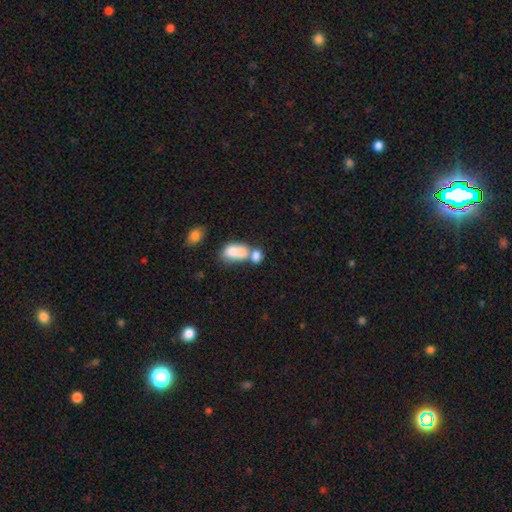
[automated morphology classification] Smooth or featured?
  - smooth: 75% *
  - featured or disk: 16%
  - star or artifact: 9%
How rounded?
  - in between: 76% *
  - round: 21%
  - cigar-shaped: 3%
Merging?
  - merger: 67% *
  - none: 19%
  - minor disturbance: 8%
  - major disturbance: 6%